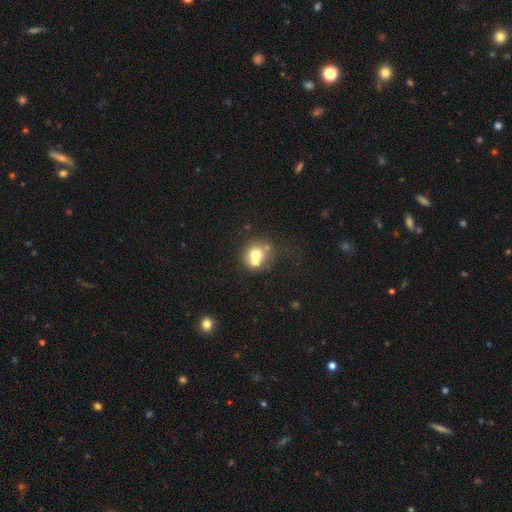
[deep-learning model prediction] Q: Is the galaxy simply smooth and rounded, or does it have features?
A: smooth — 64%.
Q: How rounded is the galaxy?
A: round — 81%.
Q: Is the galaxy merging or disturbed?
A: merger — 49%.